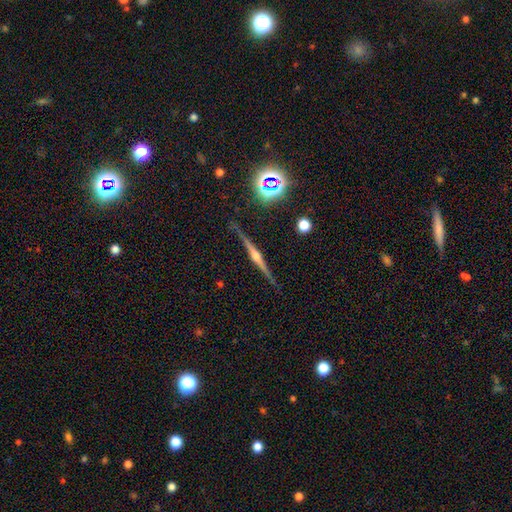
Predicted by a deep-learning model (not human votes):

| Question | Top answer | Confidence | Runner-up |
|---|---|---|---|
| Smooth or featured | featured or disk | 79% | star or artifact (11%) |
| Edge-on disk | yes | 98% | no (2%) |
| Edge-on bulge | rounded | 86% | boxy (9%) |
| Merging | none | 89% | minor disturbance (8%) |